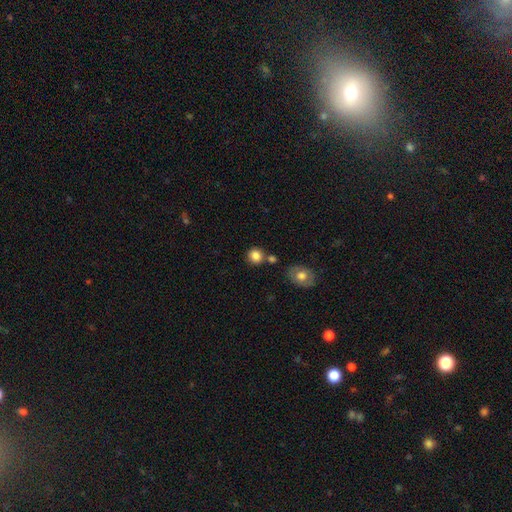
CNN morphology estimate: This is clearly a smooth galaxy (84%). How rounded: clearly round (85%). Merging: likely none (73%).